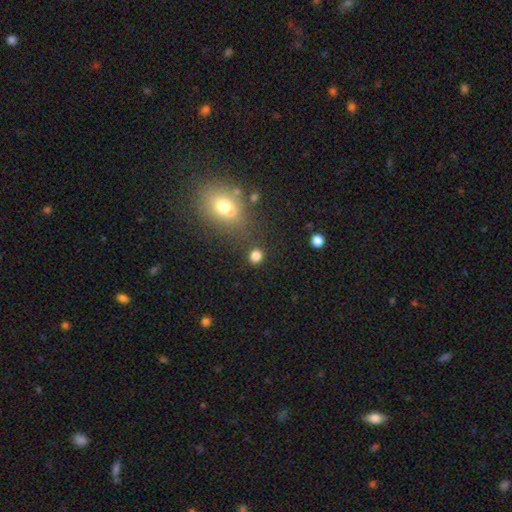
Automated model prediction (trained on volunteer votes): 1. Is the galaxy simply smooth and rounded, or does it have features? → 81% smooth, 14% star or artifact, 5% featured or disk.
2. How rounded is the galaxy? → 72% round, 27% in between, 1% cigar-shaped.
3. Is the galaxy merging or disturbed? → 81% none, 9% minor disturbance, 6% merger, 4% major disturbance.